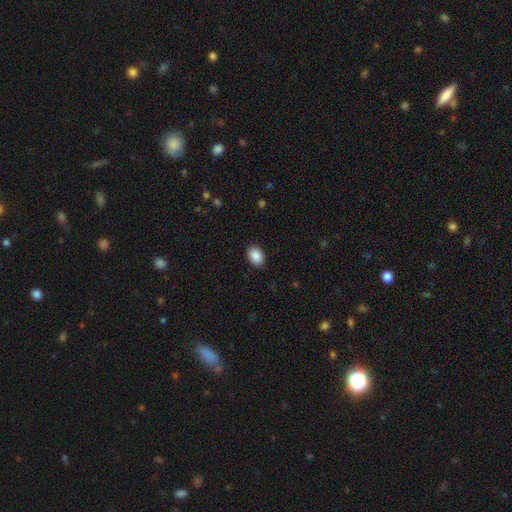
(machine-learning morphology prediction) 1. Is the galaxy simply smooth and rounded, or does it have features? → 90% smooth, 7% star or artifact, 3% featured or disk.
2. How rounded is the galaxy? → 83% in between, 16% round, 1% cigar-shaped.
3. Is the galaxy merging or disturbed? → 90% none, 7% minor disturbance, 2% major disturbance, 1% merger.